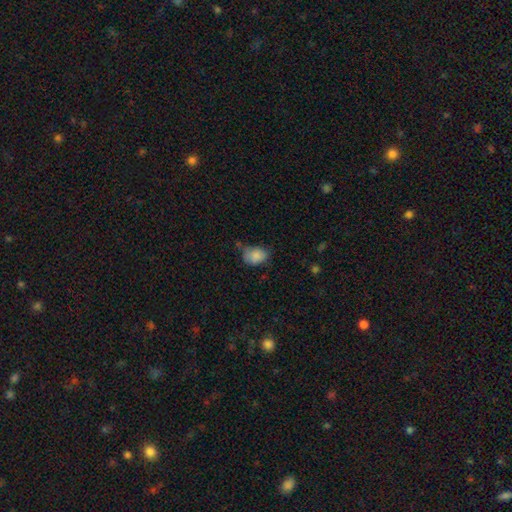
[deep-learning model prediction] smooth_or_featured: smooth (p=0.84) [alt: star or artifact p=0.09]
how_rounded: in between (p=0.72) [alt: round p=0.27]
merging: none (p=0.49) [alt: minor disturbance p=0.35]